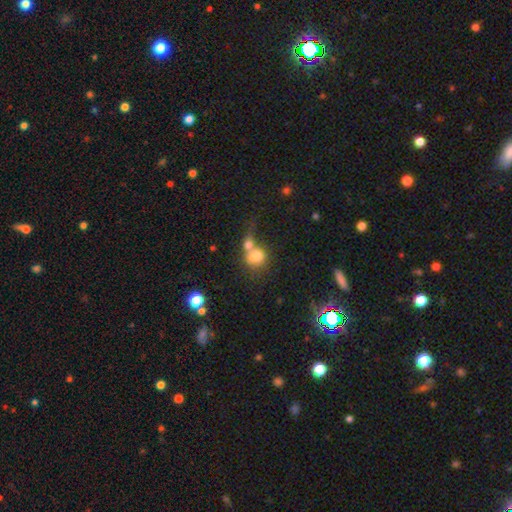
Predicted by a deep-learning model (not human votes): This is likely a smooth galaxy (74%). How rounded: likely round (64%). Merging: likely merger (62%).